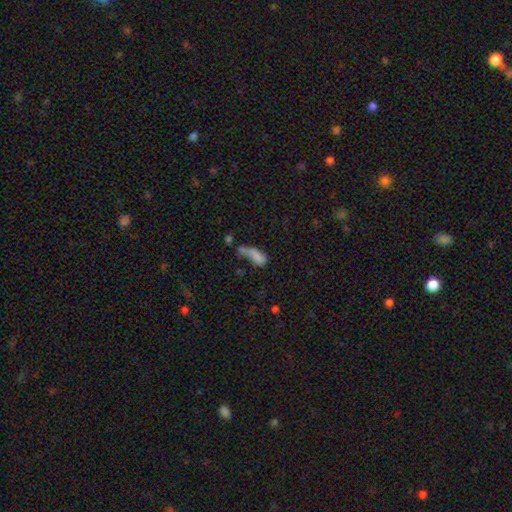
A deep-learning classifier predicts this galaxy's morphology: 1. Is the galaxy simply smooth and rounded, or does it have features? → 71% smooth, 16% featured or disk, 13% star or artifact.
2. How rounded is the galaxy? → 71% in between, 25% cigar-shaped, 5% round.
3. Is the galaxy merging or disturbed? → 32% merger, 25% major disturbance, 23% none, 20% minor disturbance.